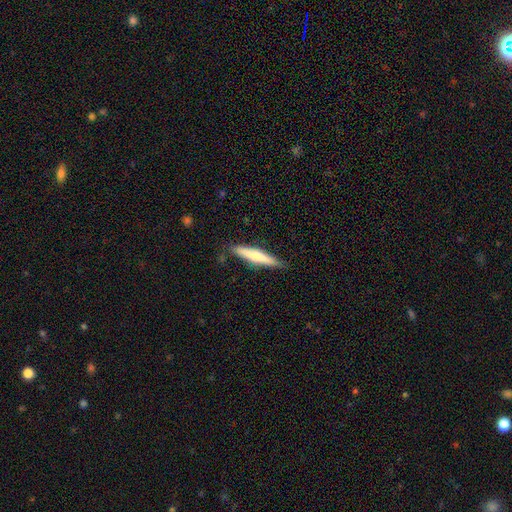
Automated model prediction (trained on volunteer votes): Overall: smooth (56%; featured or disk 39%). How rounded: cigar-shaped (90%). Merging: none (85%).